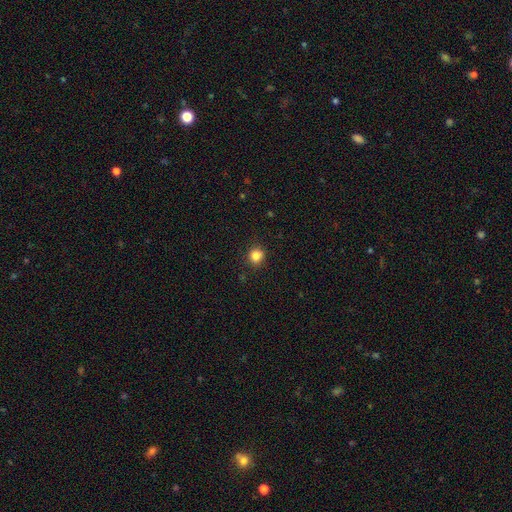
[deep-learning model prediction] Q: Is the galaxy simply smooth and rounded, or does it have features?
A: smooth — 84%.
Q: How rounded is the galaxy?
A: round — 85%.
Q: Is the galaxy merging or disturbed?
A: none — 87%.